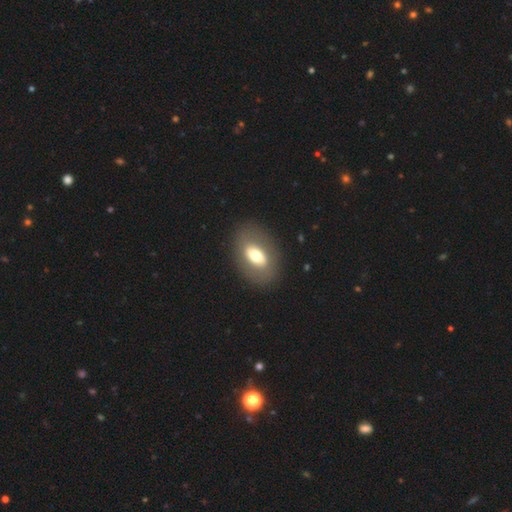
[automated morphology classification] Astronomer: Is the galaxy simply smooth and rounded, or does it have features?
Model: smooth — 58% (runner-up: featured or disk, 35%).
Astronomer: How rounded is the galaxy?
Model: in between — 83%.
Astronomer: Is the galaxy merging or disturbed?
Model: none — 84%.